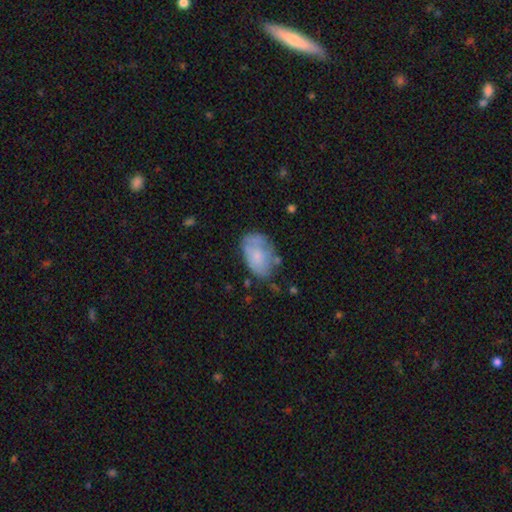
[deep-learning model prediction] Smooth or featured? Predicted: smooth (p=0.64). How rounded? Predicted: in between (p=0.88). Merging? Predicted: none (p=0.52).